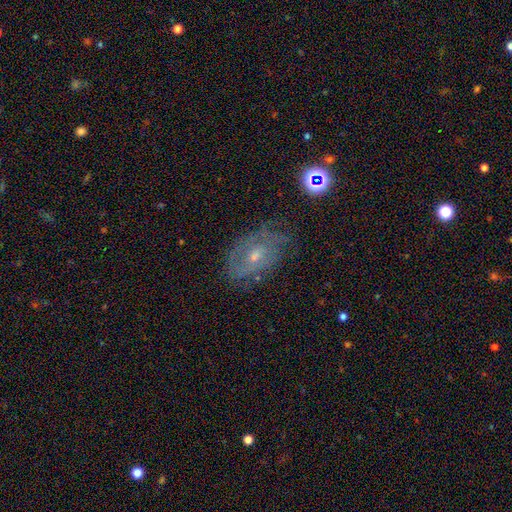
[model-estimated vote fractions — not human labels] smooth-or-featured: featured or disk: 66% | smooth: 19% | star or artifact: 15%
  disk-edge-on: no: 95% | yes: 5%
    bar: no: 56% | weak: 37% | strong: 7%
    has-spiral-arms: yes: 81% | no: 19%
      spiral-winding: tight: 50% | medium: 36% | loose: 14%
      spiral-arm-count: can't tell: 48% | 2: 30% | 3: 8% | 1: 7% | 4: 4% | more than 4: 3%
    bulge-size: small: 54% | moderate: 42% | none: 2% | large: 2% | dominant: 1%
  merging: none: 66% | minor disturbance: 22% | major disturbance: 10% | merger: 2%